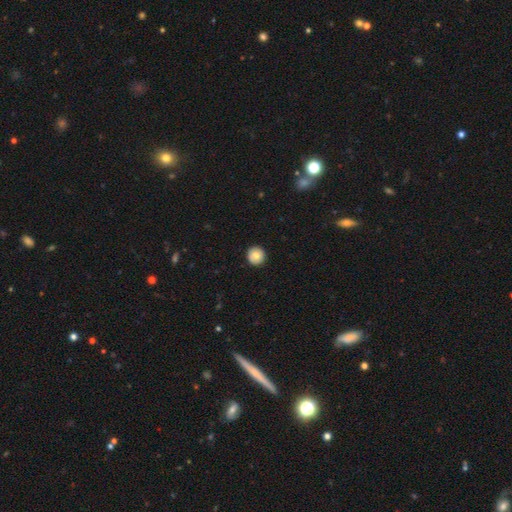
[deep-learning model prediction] A smooth galaxy with no disk features (80%) that is round (95%).

Vote fractions:
- Smooth or featured? smooth: 80% / featured or disk: 13% / star or artifact: 8%
- How rounded? round: 95% / in between: 4% / cigar-shaped: 1%
- Merging? none: 93% / minor disturbance: 5% / major disturbance: 1% / merger: 1%